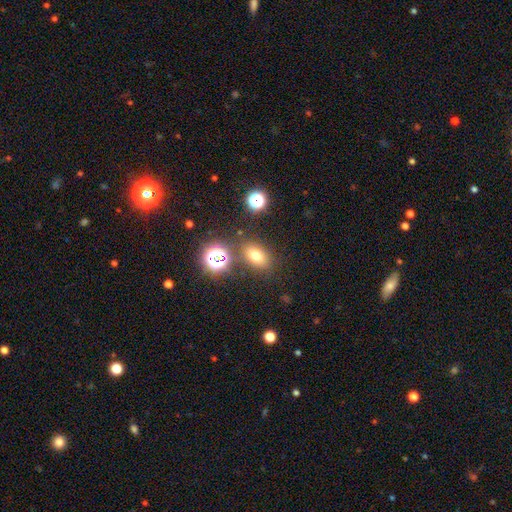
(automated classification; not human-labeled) A smooth galaxy with no disk features (68%) that is in between round and cigar-shaped (71%).

Vote fractions:
- Smooth or featured? smooth: 68% / star or artifact: 21% / featured or disk: 11%
- How rounded? in between: 71% / round: 27% / cigar-shaped: 2%
- Merging? none: 79% / minor disturbance: 10% / merger: 7% / major disturbance: 4%